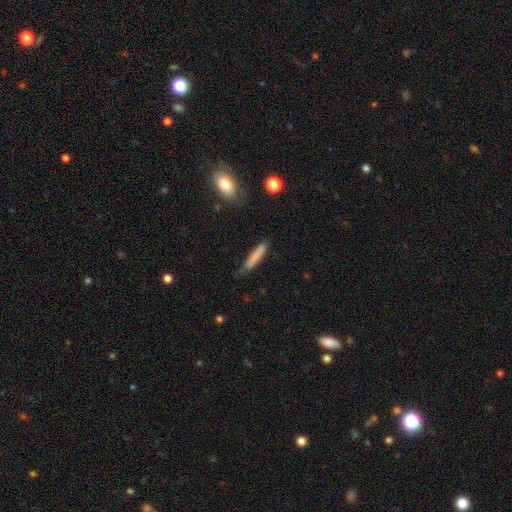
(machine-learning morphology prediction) smooth-or-featured: smooth: 80% | featured or disk: 14% | star or artifact: 6%
  how-rounded: cigar-shaped: 90% | in between: 8% | round: 1%
  merging: none: 77% | minor disturbance: 18% | major disturbance: 3% | merger: 2%